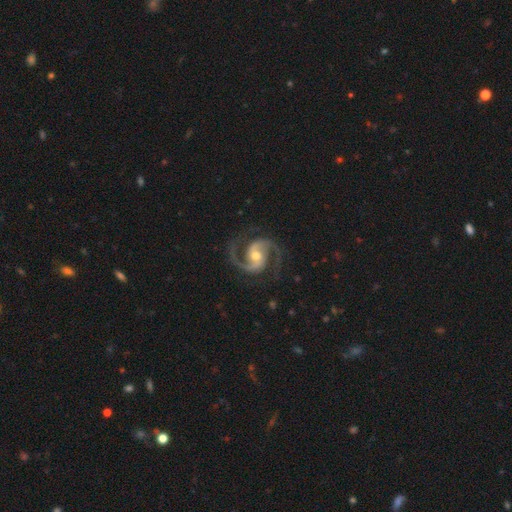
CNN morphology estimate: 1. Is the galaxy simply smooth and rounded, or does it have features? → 94% featured or disk, 4% star or artifact, 2% smooth.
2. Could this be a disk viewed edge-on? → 98% no, 2% yes.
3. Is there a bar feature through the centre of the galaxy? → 41% weak, 40% no, 19% strong.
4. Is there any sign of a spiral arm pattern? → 99% yes, 1% no.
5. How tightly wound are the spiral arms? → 67% medium, 17% tight, 16% loose.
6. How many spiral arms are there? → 94% 2, 2% 3, 1% can't tell, 1% 1, 1% 4, 1% more than 4.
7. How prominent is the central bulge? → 68% moderate, 25% small, 5% large, 1% none, 1% dominant.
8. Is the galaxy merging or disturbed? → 82% none, 12% minor disturbance, 5% major disturbance, 1% merger.